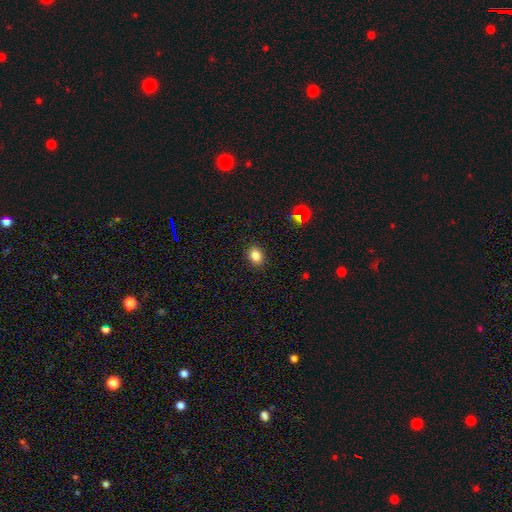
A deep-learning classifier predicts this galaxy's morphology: Smooth or featured? smooth (83%)
How rounded? in between (50%)
Merging? none (89%)